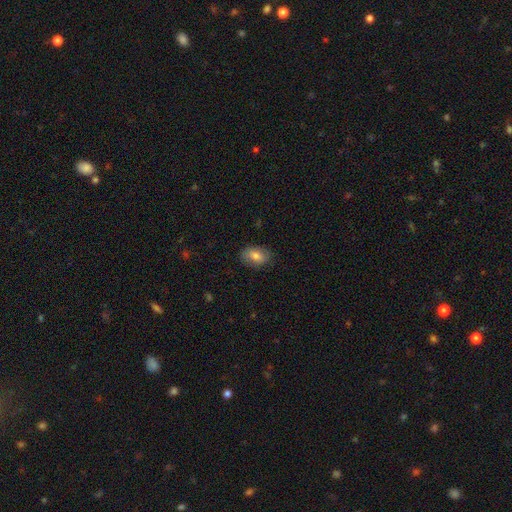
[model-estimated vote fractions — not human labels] Morphology: type=smooth (75%); roundness=in between (85%); merging=none (80%).